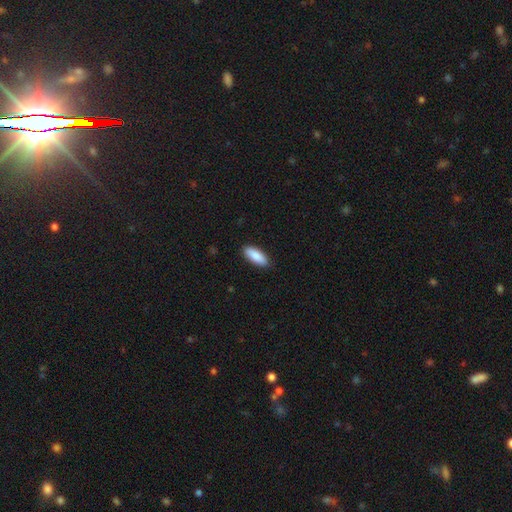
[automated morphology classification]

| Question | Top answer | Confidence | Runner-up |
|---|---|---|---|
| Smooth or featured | smooth | 89% | star or artifact (6%) |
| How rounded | in between | 74% | cigar-shaped (24%) |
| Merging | none | 88% | minor disturbance (9%) |